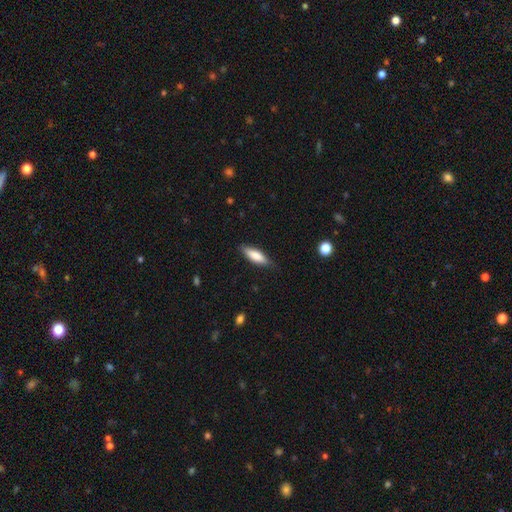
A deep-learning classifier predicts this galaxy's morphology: Smooth or featured?
  - smooth: 79% *
  - featured or disk: 15%
  - star or artifact: 6%
How rounded?
  - in between: 51% *
  - cigar-shaped: 47%
  - round: 2%
Merging?
  - none: 82% *
  - minor disturbance: 14%
  - major disturbance: 2%
  - merger: 1%